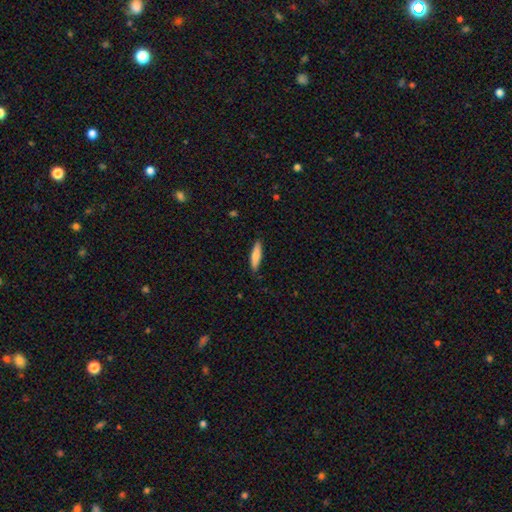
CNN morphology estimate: Smooth or featured: smooth — 78% (featured or disk — 16%)
How rounded: cigar-shaped — 76% (in between — 22%)
Merging: none — 87% (minor disturbance — 10%)